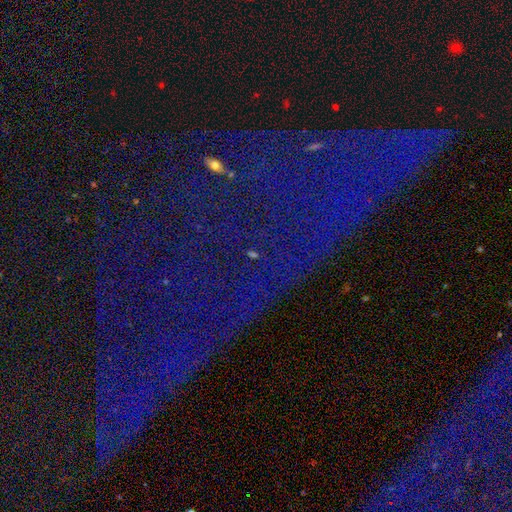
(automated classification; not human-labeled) Smooth or featured: star or artifact — 79% (featured or disk — 11%)